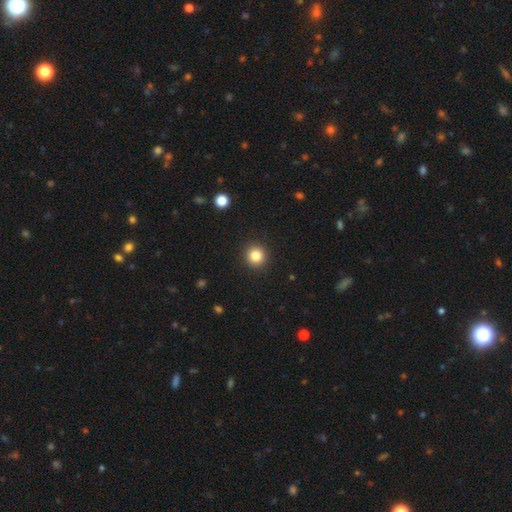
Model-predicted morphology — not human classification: This is clearly a smooth galaxy (84%). How rounded: clearly round (93%). Merging: clearly none (92%).